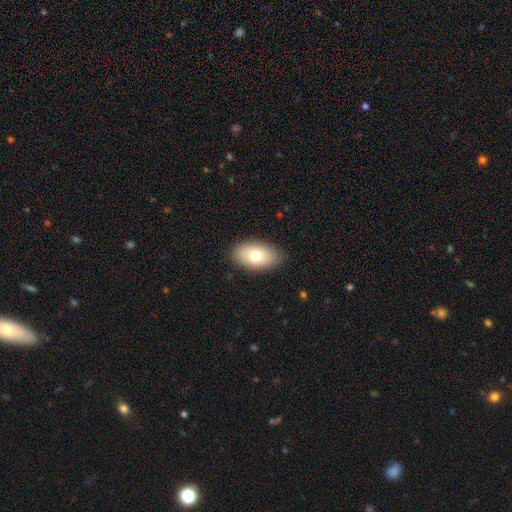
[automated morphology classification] A smooth galaxy with no disk features (72%) that is in between round and cigar-shaped (92%). Merging: none (84%).